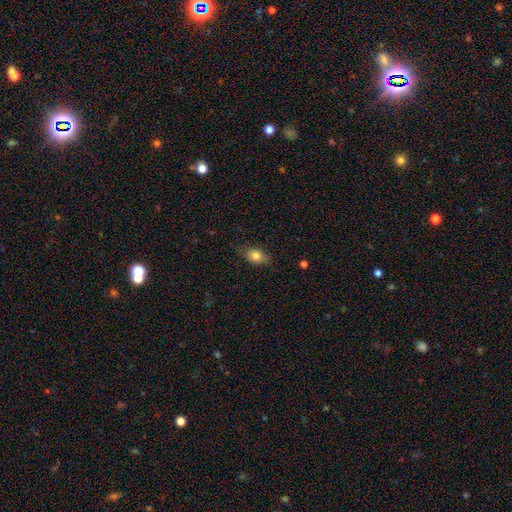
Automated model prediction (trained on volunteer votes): Morphology: type=smooth (79%); roundness=in between (75%); merging=none (76%).